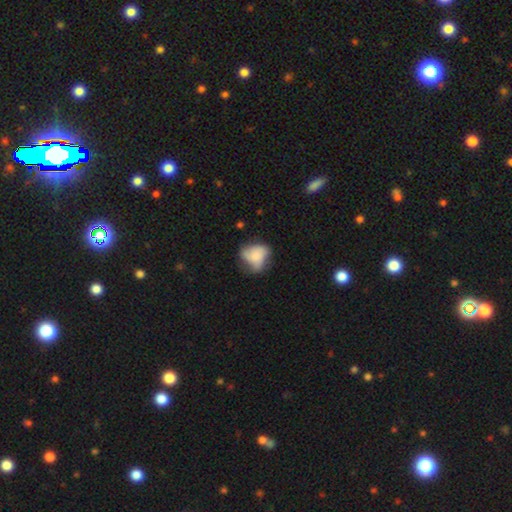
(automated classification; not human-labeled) This appears to be a smooth galaxy with no disk features (57%) that is in between round and cigar-shaped (56%). Merging: none (42%).